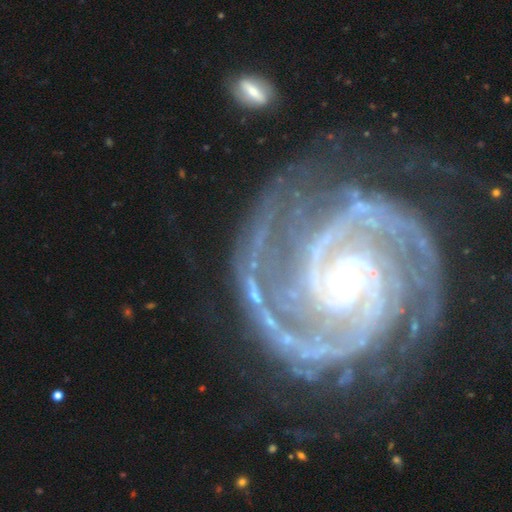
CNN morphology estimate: smooth-or-featured: featured or disk: 87% | star or artifact: 8% | smooth: 5%
  disk-edge-on: no: 97% | yes: 3%
    bar: no: 53% | weak: 25% | strong: 21%
    has-spiral-arms: yes: 96% | no: 4%
      spiral-winding: tight: 57% | medium: 34% | loose: 9%
      spiral-arm-count: 2: 37% | 3: 19% | can't tell: 15% | 4: 11% | more than 4: 10% | 1: 9%
    bulge-size: small: 73% | moderate: 20% | large: 3% | none: 3% | dominant: 2%
  merging: none: 64% | minor disturbance: 17% | major disturbance: 15% | merger: 4%